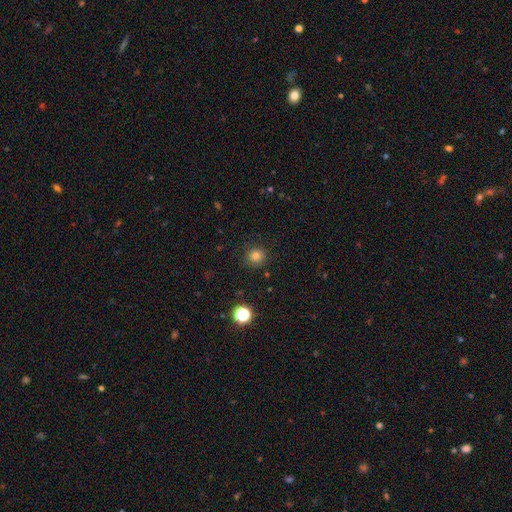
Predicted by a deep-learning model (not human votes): Morphology: type=smooth (80%); roundness=round (93%); merging=none (88%).